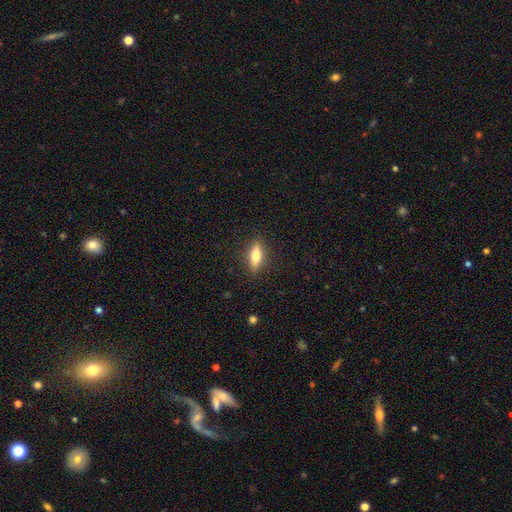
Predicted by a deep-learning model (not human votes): The model was most divided on "how rounded": in between: 53%, cigar-shaped: 43%, round: 4%. More confident: merging — none (87%); smooth or featured — smooth (62%).